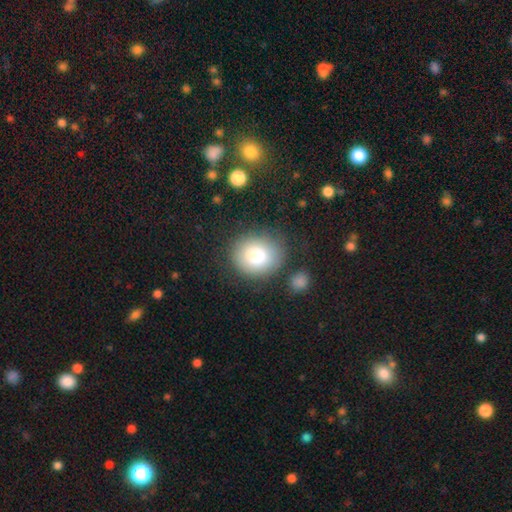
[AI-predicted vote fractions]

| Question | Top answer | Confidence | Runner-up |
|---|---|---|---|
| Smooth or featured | smooth | 81% | featured or disk (10%) |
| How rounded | round | 71% | in between (28%) |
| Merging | none | 77% | minor disturbance (13%) |